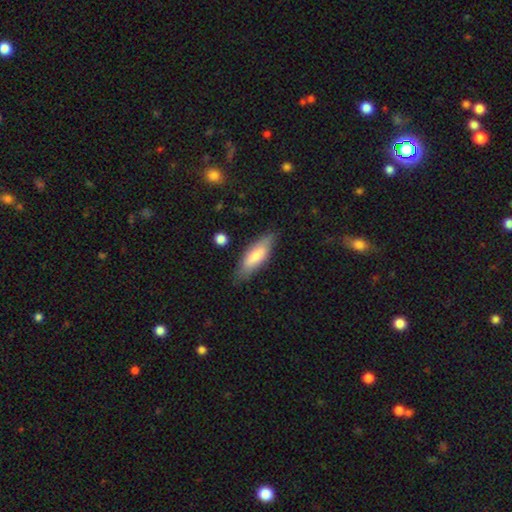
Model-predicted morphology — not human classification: This is likely a smooth galaxy (69%). How rounded: possibly in between (54%). Merging: clearly none (80%).